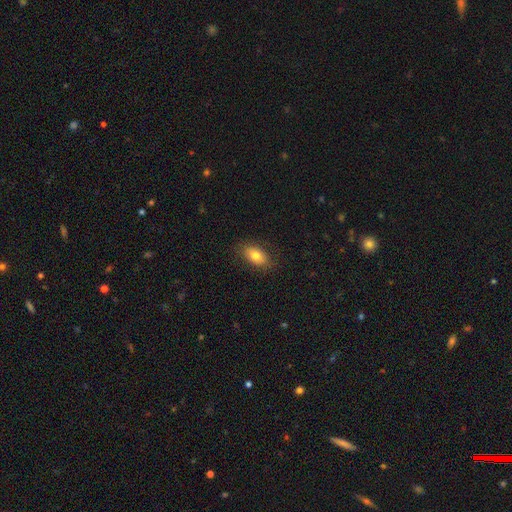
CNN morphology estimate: smooth 80%, featured or disk 13%, star or artifact 8%. Down the decision tree: how rounded — in between (89%); merging — none (83%).